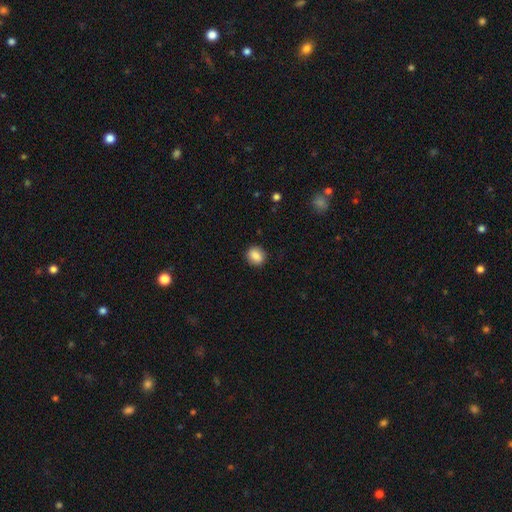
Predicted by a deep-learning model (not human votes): A smooth galaxy with no disk features (87%) that is round (66%). Merging: none (88%).